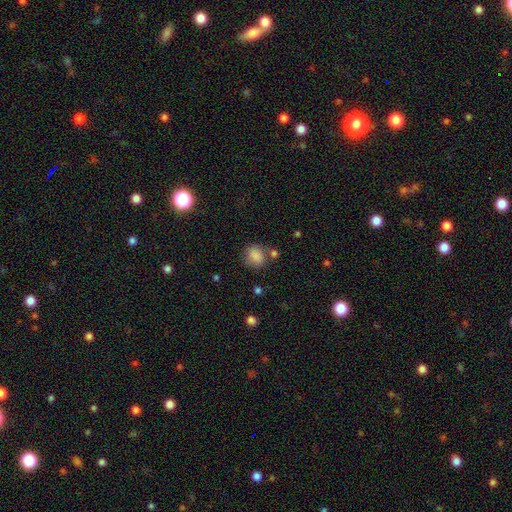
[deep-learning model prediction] Smooth or featured? Predicted: smooth (p=0.84). How rounded? Predicted: round (p=0.60). Merging? Predicted: none (p=0.67).